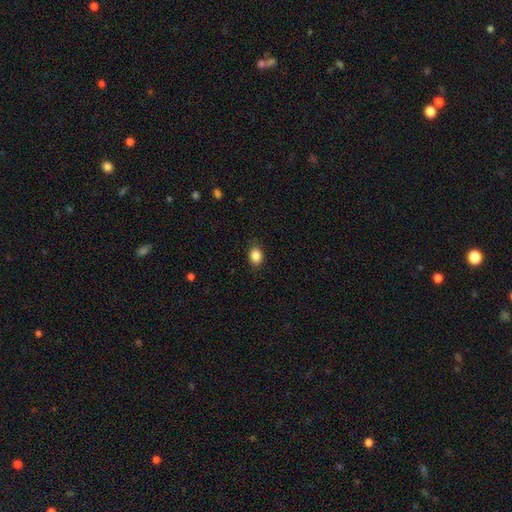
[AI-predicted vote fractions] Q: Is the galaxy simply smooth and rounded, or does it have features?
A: smooth — 86%.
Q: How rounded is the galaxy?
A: in between — 56%.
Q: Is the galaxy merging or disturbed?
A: none — 85%.